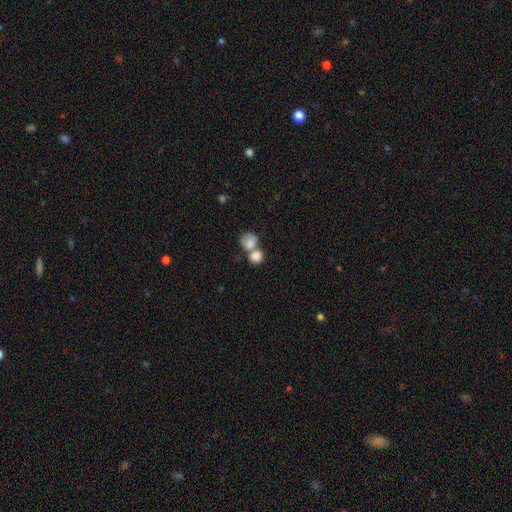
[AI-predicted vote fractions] A smooth galaxy with no disk features (83%) that is round (73%). Merging: merger (58%).